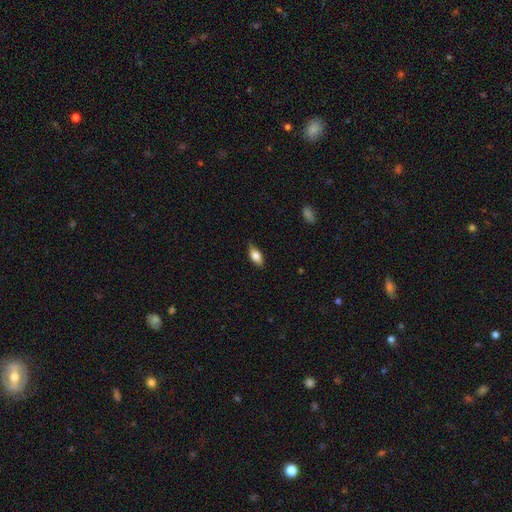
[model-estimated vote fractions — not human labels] This appears to be a smooth galaxy with no disk features (73%) that is in between round and cigar-shaped (84%). Merging: none (80%).